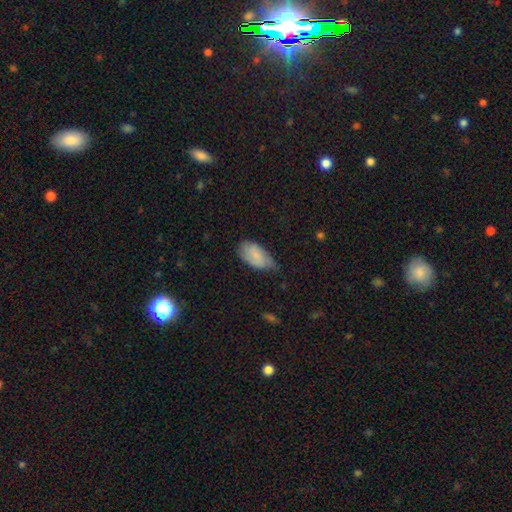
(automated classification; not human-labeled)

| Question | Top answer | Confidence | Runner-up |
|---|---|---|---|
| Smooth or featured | smooth | 76% | featured or disk (17%) |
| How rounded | in between | 94% | round (3%) |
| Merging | minor disturbance | 45% | none (43%) |